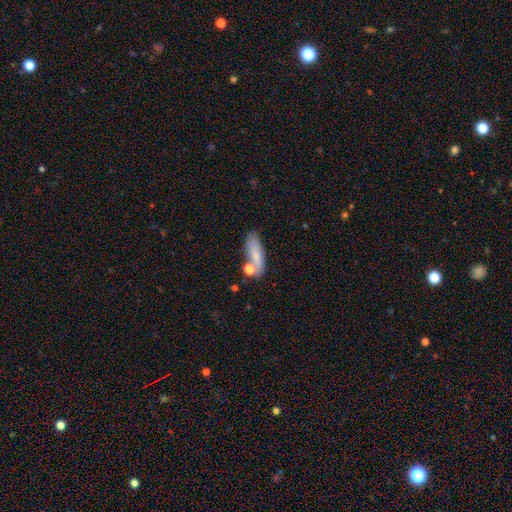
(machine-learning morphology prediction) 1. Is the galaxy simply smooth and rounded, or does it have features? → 72% smooth, 19% featured or disk, 9% star or artifact.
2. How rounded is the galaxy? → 56% in between, 38% cigar-shaped, 6% round.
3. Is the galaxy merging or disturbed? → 54% none, 19% minor disturbance, 18% merger, 8% major disturbance.